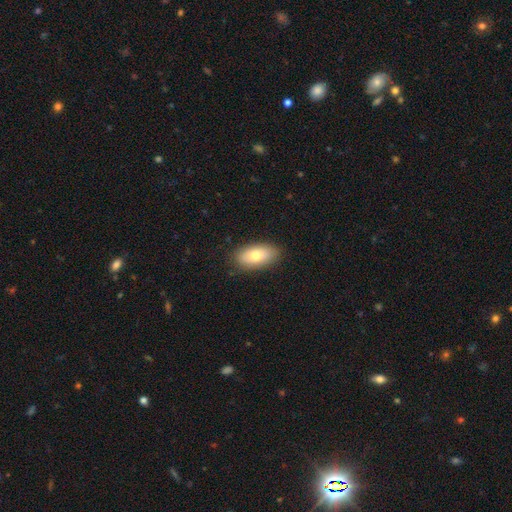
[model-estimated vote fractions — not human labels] This appears to be a smooth galaxy with no disk features (73%) that is in between round and cigar-shaped (91%). Merging: none (86%).